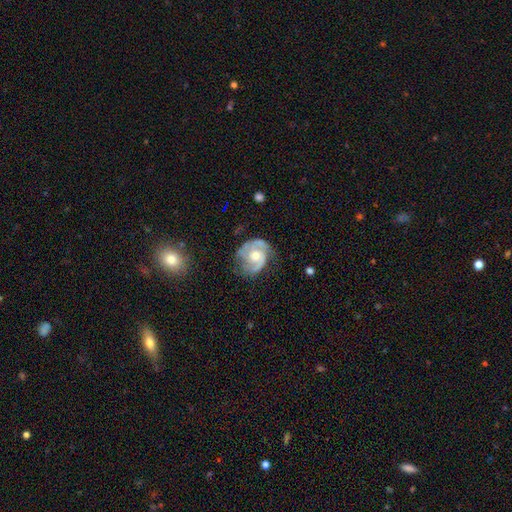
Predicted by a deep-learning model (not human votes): The model was most divided on "spiral winding": medium: 45%, tight: 43%, loose: 12%. More confident: edge-on disk — no (98%); spiral arms — yes (96%); smooth or featured — featured or disk (86%); spiral arm count — 2 (72%); bar — no (69%); merging — none (64%); bulge size — moderate (62%).